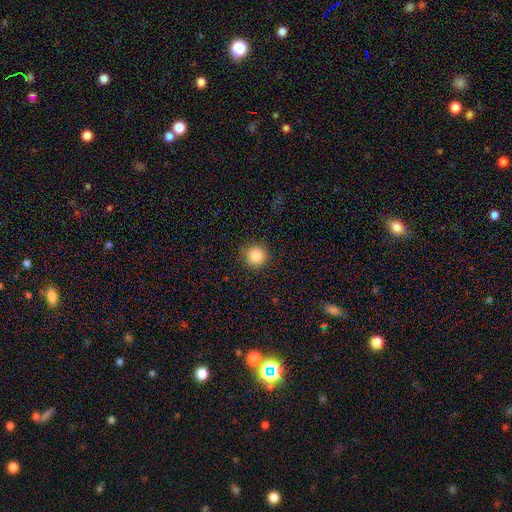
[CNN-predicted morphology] A smooth galaxy with no disk features (85%) that is round (95%).

Vote fractions:
- Smooth or featured? smooth: 85% / star or artifact: 10% / featured or disk: 5%
- How rounded? round: 95% / in between: 4% / cigar-shaped: 1%
- Merging? none: 90% / minor disturbance: 7% / major disturbance: 2% / merger: 1%